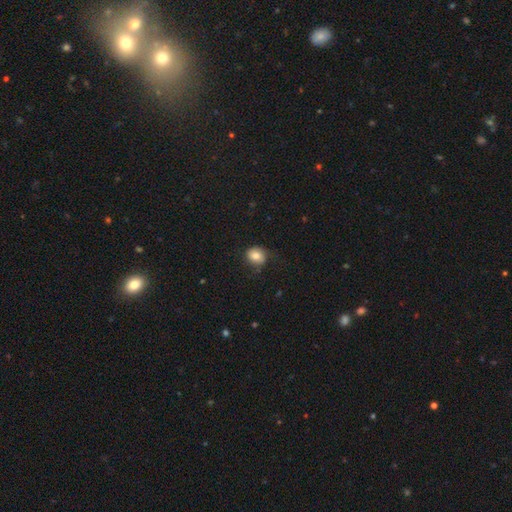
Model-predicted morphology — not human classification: Q: Smooth or featured?
A: smooth (78%); runner-up: featured or disk (13%)
Q: How rounded?
A: round (64%); runner-up: in between (35%)
Q: Merging?
A: none (64%); runner-up: minor disturbance (25%)